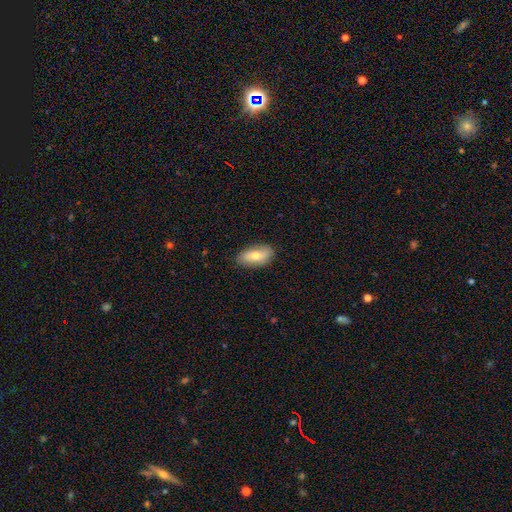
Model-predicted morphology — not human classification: This appears to be a smooth galaxy with no disk features (68%) that is in between round and cigar-shaped (87%). Merging: none (85%).